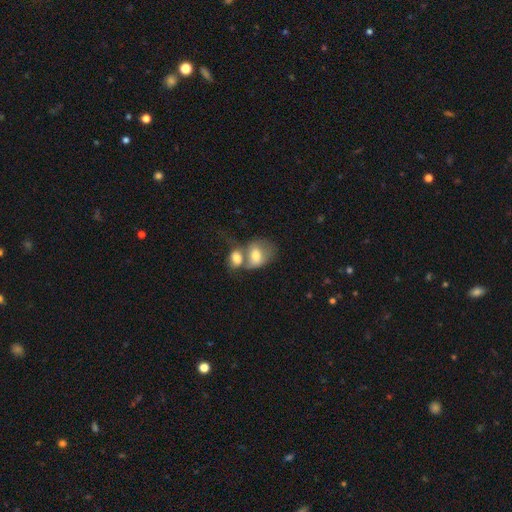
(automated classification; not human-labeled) Smooth or featured: smooth — 67% (featured or disk — 26%)
How rounded: in between — 66% (round — 32%)
Merging: merger — 66% (none — 16%)